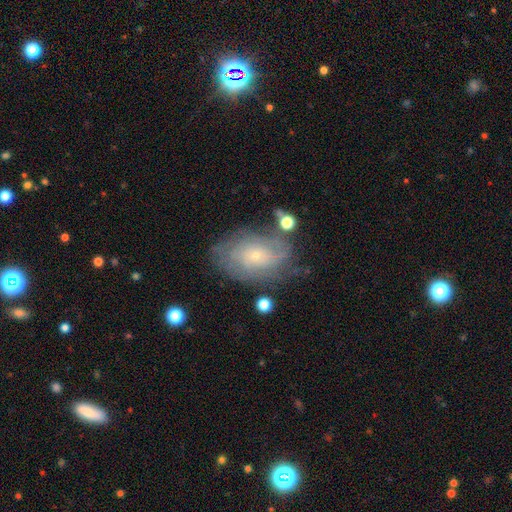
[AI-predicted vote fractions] A featured or disk galaxy (66%) with no bar (80%), tight (59%) spiral arms (80%) and a small central bulge (82%).

Vote fractions:
- Smooth or featured? featured or disk: 66% / smooth: 25% / star or artifact: 9%
- Edge-on disk? no: 96% / yes: 4%
- Bar? no: 80% / weak: 17% / strong: 3%
- Spiral arms? yes: 80% / no: 20%
- Spiral winding? tight: 59% / medium: 28% / loose: 13%
- Spiral arm count? can't tell: 56% / 2: 15% / 3: 10% / 4: 8% / more than 4: 5% / 1: 5%
- Bulge size? small: 82% / moderate: 13% / none: 2% / large: 1% / dominant: 1%
- Merging? none: 59% / minor disturbance: 23% / major disturbance: 13% / merger: 4%